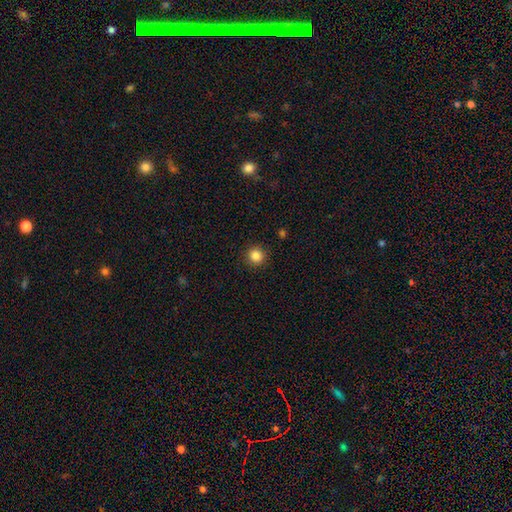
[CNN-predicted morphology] This is clearly a smooth galaxy (85%). How rounded: clearly round (95%). Merging: clearly none (92%).